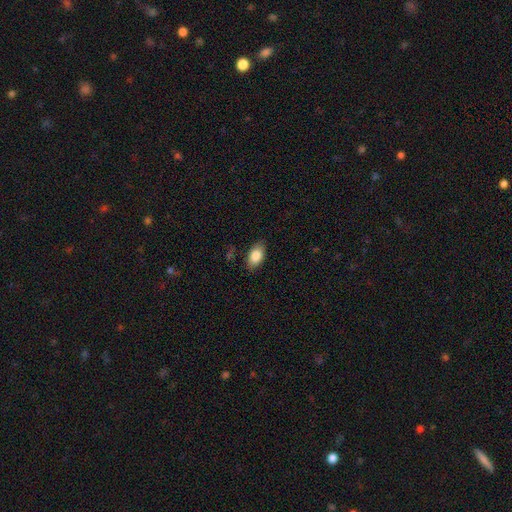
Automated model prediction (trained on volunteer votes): The model was most divided on "merging": none: 85%, minor disturbance: 12%, major disturbance: 3%, merger: 1%. More confident: how rounded — in between (92%); smooth or featured — smooth (84%).